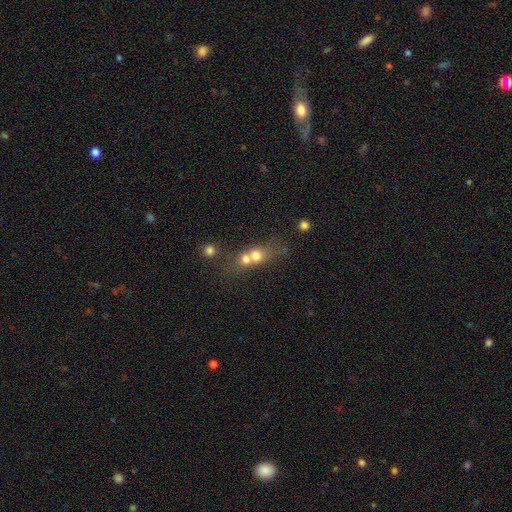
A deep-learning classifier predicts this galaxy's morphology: Smooth or featured? smooth (67%)
How rounded? round (61%)
Merging? merger (63%)